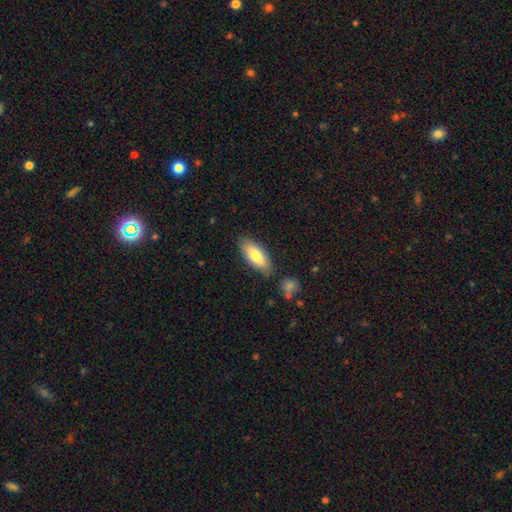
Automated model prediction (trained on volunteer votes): Morphology: type=smooth (76%); roundness=in between (73%); merging=none (82%).